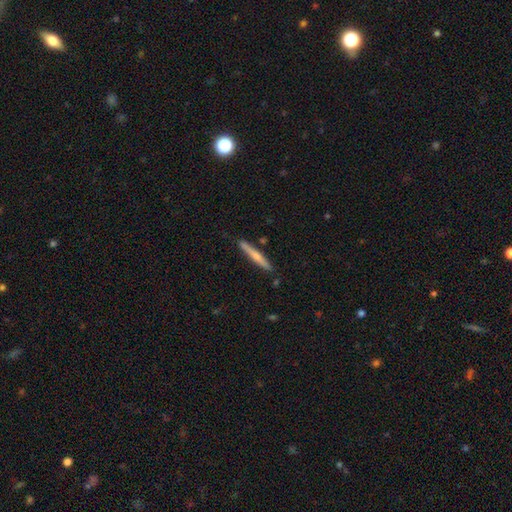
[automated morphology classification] smooth-or-featured: smooth: 53% | featured or disk: 42% | star or artifact: 5%
  how-rounded: cigar-shaped: 95% | in between: 3% | round: 1%
  merging: none: 87% | minor disturbance: 9% | merger: 3% | major disturbance: 2%